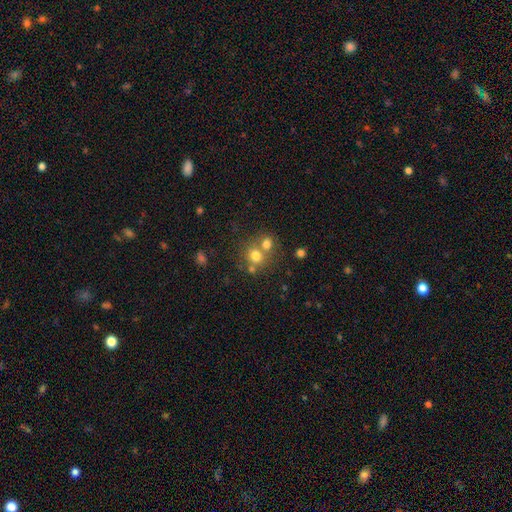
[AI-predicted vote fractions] Morphology: type=smooth (72%); roundness=round (81%); merging=none (45%).